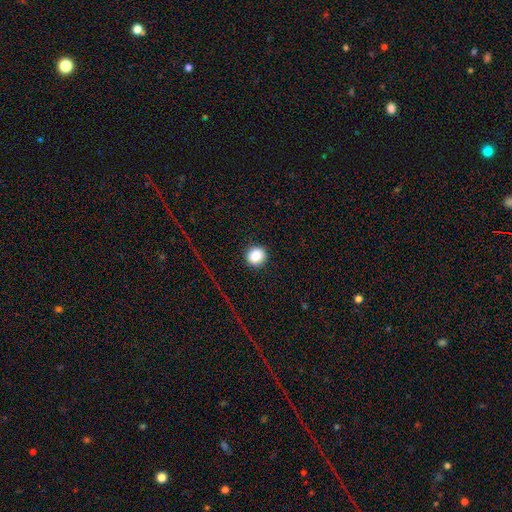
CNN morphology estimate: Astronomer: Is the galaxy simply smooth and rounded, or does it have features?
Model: smooth — 84%.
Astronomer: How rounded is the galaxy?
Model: round — 89%.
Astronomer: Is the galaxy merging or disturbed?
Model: none — 90%.